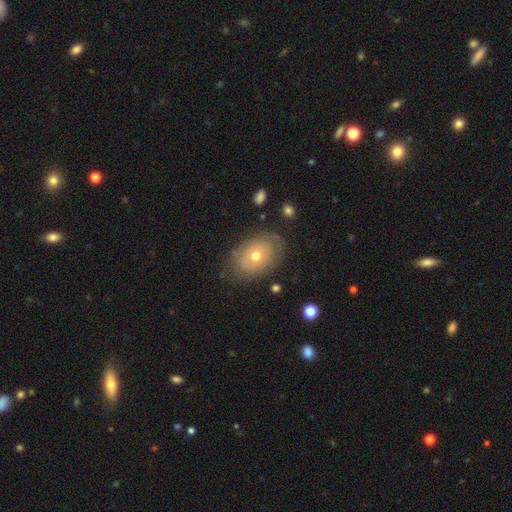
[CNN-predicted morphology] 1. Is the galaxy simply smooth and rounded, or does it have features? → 54% smooth, 37% featured or disk, 9% star or artifact.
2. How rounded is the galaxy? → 77% in between, 22% round, 1% cigar-shaped.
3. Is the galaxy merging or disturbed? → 77% none, 16% minor disturbance, 5% major disturbance, 1% merger.